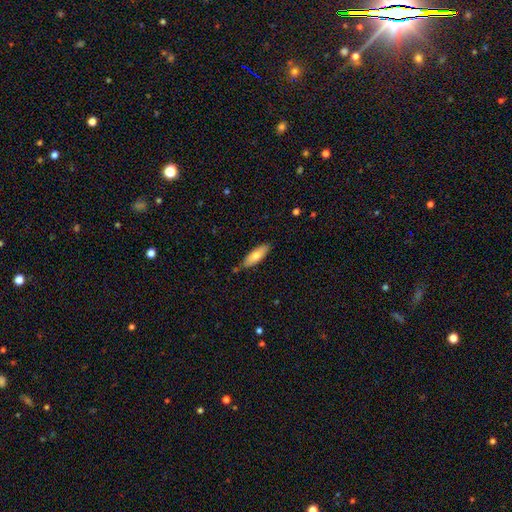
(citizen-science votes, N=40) smooth_or_featured: smooth (p=0.75) [alt: featured or disk p=0.15]
how_rounded: cigar-shaped (p=0.53) [alt: in between p=0.47]
merging: none (p=0.67) [alt: minor disturbance p=0.17]